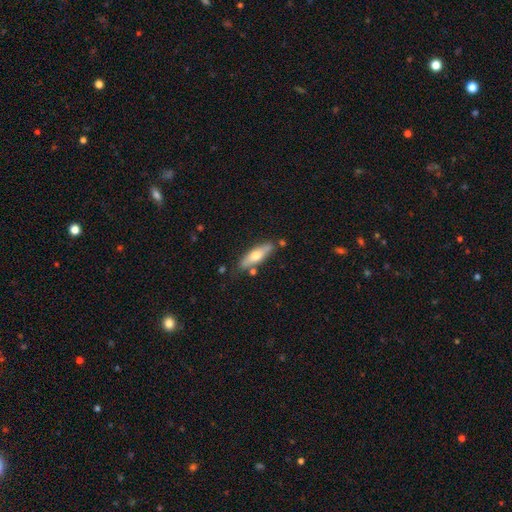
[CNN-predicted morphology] Smooth or featured?
  - smooth: 58% *
  - featured or disk: 37%
  - star or artifact: 5%
How rounded?
  - cigar-shaped: 57% *
  - in between: 41%
  - round: 2%
Merging?
  - none: 76% *
  - minor disturbance: 15%
  - merger: 6%
  - major disturbance: 3%